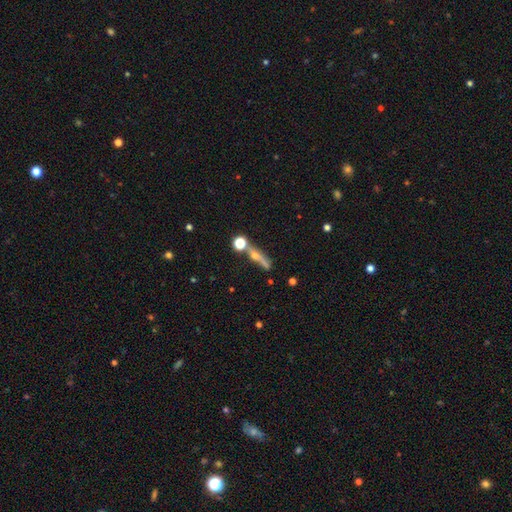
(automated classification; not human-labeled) smooth_or_featured: smooth (p=0.45) [alt: featured or disk p=0.40]
merging: none (p=0.50) [alt: merger p=0.21]